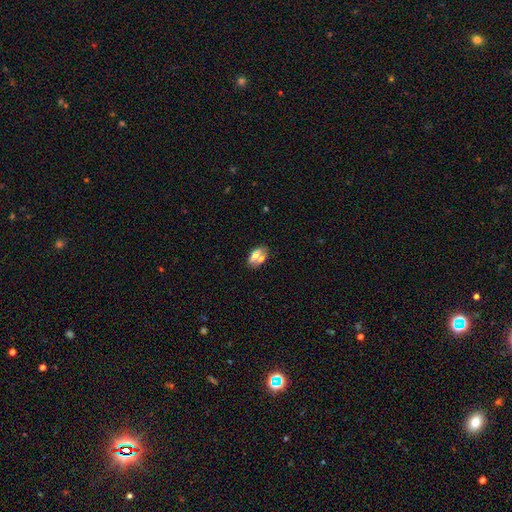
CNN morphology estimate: Overall: smooth (59%; featured or disk 32%). How rounded: in between (82%). Merging: none (56%; merger 25%).